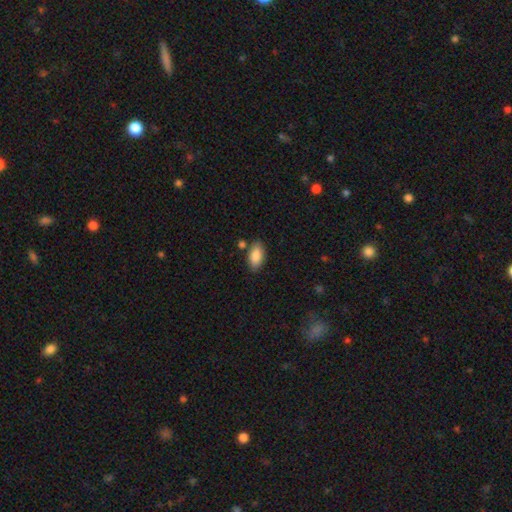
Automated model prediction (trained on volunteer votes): Q: Smooth or featured?
A: smooth (87%); runner-up: star or artifact (7%)
Q: How rounded?
A: in between (93%); runner-up: cigar-shaped (4%)
Q: Merging?
A: none (79%); runner-up: minor disturbance (12%)